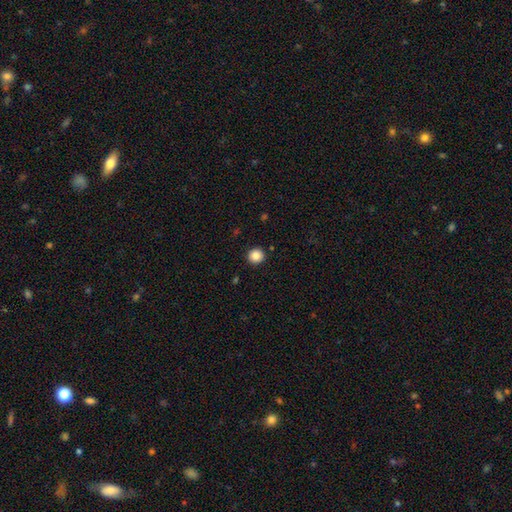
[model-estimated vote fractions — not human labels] Smooth or featured: smooth — 86% (star or artifact — 10%)
How rounded: round — 94% (in between — 5%)
Merging: none — 92% (minor disturbance — 5%)